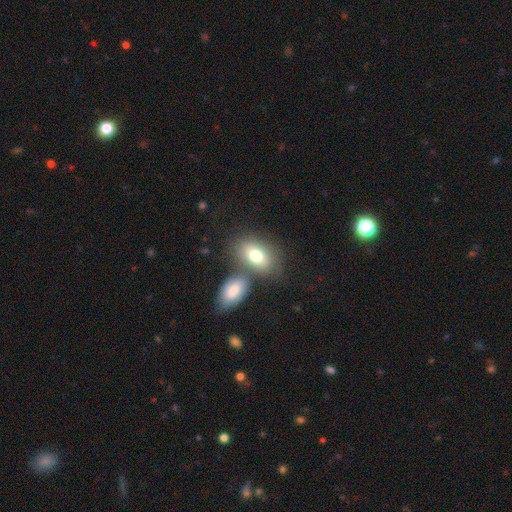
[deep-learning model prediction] Q: Smooth or featured?
A: smooth (77%); runner-up: featured or disk (15%)
Q: How rounded?
A: in between (86%); runner-up: round (12%)
Q: Merging?
A: none (51%); runner-up: merger (33%)